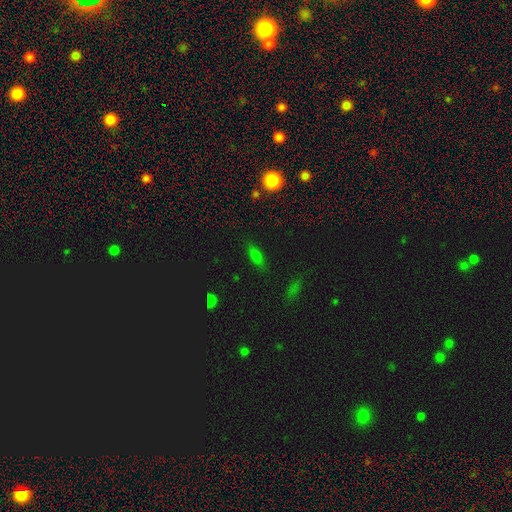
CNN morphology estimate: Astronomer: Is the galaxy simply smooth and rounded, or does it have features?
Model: smooth — 67%.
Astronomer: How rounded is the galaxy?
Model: in between — 73%.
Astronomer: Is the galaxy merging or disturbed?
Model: none — 81%.